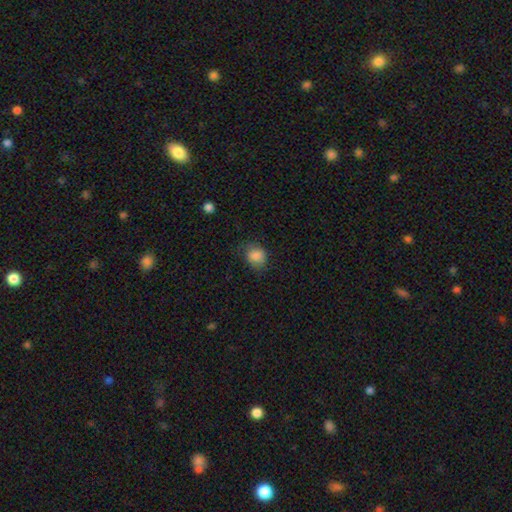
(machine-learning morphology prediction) Smooth or featured: smooth — 86% (star or artifact — 9%)
How rounded: round — 62% (in between — 37%)
Merging: none — 65% (minor disturbance — 25%)